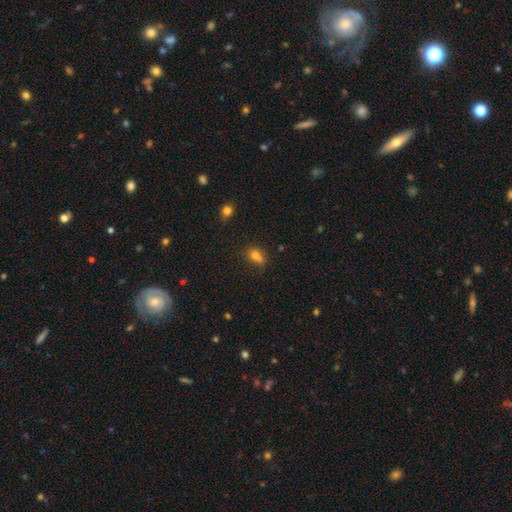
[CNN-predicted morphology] Smooth or featured? smooth (74%)
How rounded? in between (51%)
Merging? none (43%)